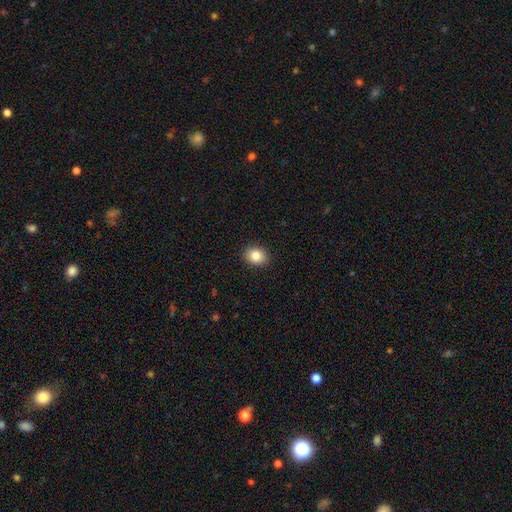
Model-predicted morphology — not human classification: Smooth or featured?
  - smooth: 84% *
  - star or artifact: 10%
  - featured or disk: 7%
How rounded?
  - round: 52% *
  - in between: 48%
  - cigar-shaped: 1%
Merging?
  - none: 90% *
  - minor disturbance: 7%
  - major disturbance: 2%
  - merger: 1%